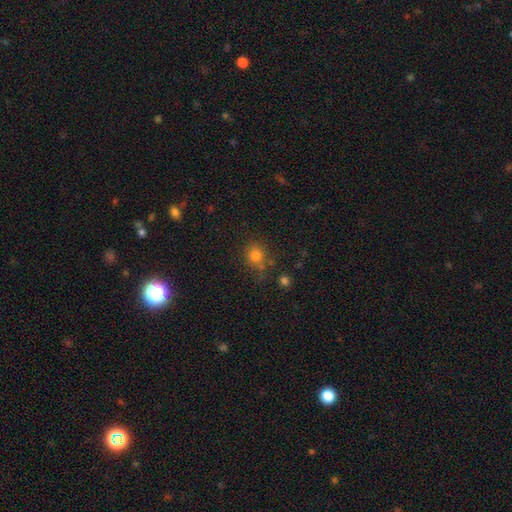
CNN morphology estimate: A smooth galaxy with no disk features (77%) that is round (78%).

Vote fractions:
- Smooth or featured? smooth: 77% / star or artifact: 16% / featured or disk: 7%
- How rounded? round: 78% / in between: 21% / cigar-shaped: 1%
- Merging? none: 65% / minor disturbance: 19% / merger: 9% / major disturbance: 7%